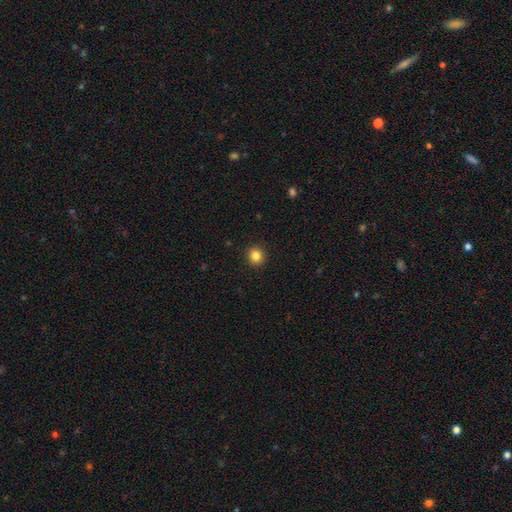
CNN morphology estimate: Smooth or featured? smooth (84%)
How rounded? round (88%)
Merging? none (92%)